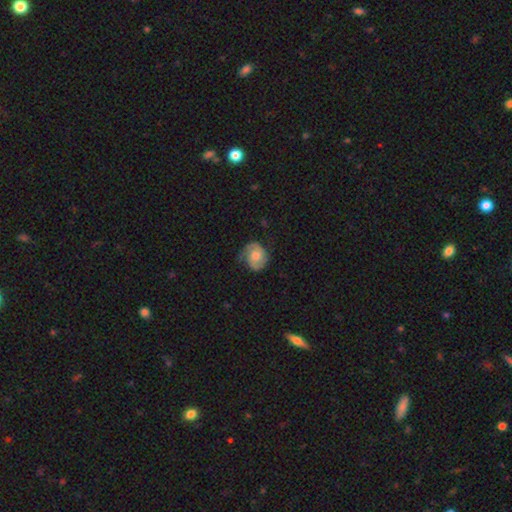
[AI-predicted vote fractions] Q: Smooth or featured?
A: featured or disk (74%); runner-up: smooth (20%)
Q: Edge-on disk?
A: no (98%); runner-up: yes (2%)
Q: Bar?
A: no (67%); runner-up: weak (28%)
Q: Spiral arms?
A: yes (95%); runner-up: no (5%)
Q: Spiral winding?
A: medium (45%); runner-up: tight (38%)
Q: Spiral arm count?
A: 2 (86%); runner-up: can't tell (5%)
Q: Bulge size?
A: moderate (52%); runner-up: small (24%)
Q: Merging?
A: none (71%); runner-up: minor disturbance (20%)